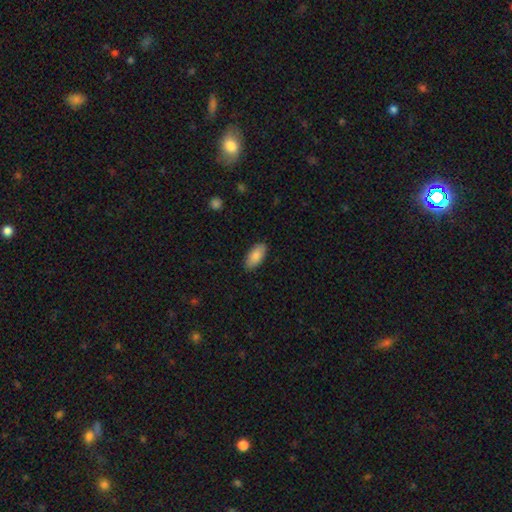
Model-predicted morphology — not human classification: A smooth galaxy with no disk features (85%) that is in between round and cigar-shaped (91%). Merging: none (87%).